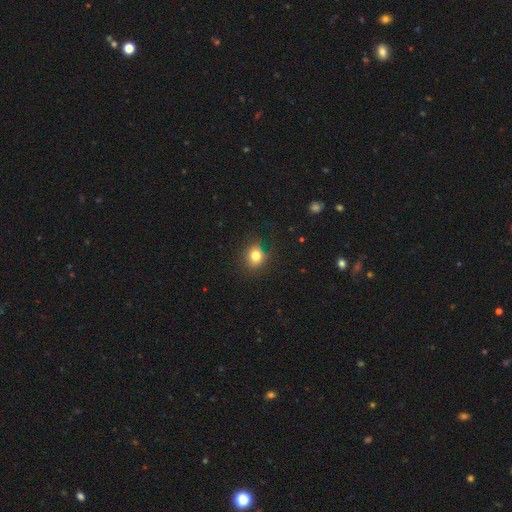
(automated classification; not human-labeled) The model was most divided on "how rounded": round: 70%, in between: 29%, cigar-shaped: 1%. More confident: smooth or featured — smooth (78%); merging — none (78%).